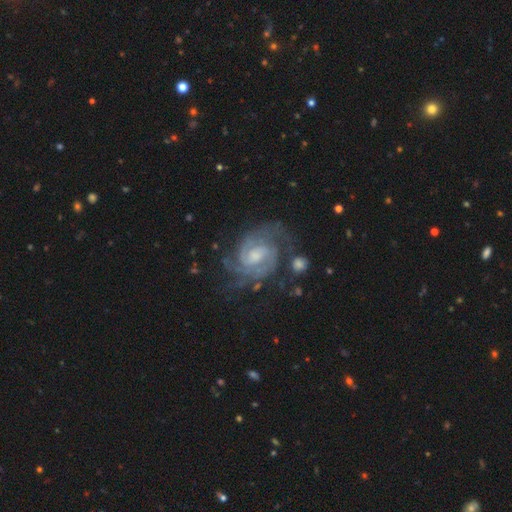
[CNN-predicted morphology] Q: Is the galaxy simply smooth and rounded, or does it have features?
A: featured or disk — 89%.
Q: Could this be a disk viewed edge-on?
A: no — 98%.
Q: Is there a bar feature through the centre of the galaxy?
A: weak — 53%.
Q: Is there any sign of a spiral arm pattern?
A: yes — 98%.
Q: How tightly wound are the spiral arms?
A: tight — 55%.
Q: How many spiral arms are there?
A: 2 — 48%.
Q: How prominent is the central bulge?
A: moderate — 44%.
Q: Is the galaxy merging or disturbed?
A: none — 68%.